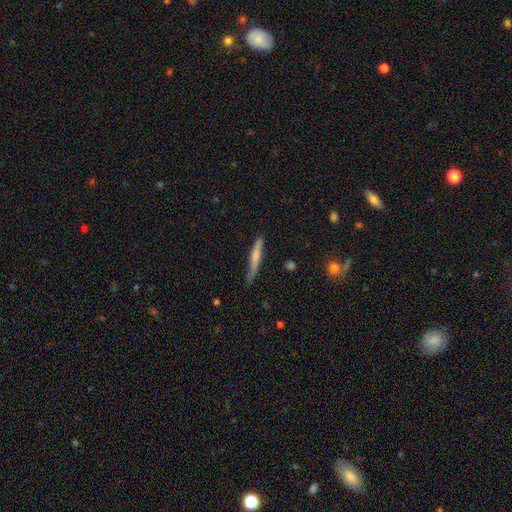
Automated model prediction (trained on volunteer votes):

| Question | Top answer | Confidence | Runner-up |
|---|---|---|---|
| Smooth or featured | smooth | 60% | featured or disk (34%) |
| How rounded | cigar-shaped | 94% | in between (4%) |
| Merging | none | 73% | minor disturbance (21%) |